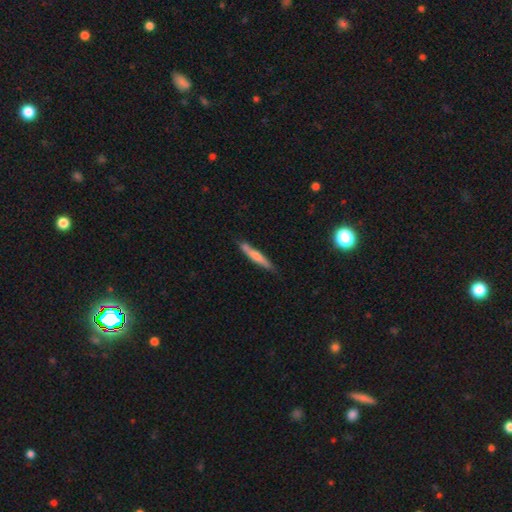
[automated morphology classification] The model was most divided on "smooth or featured": smooth: 60%, featured or disk: 35%, star or artifact: 5%. More confident: how rounded — cigar-shaped (93%); merging — none (74%).